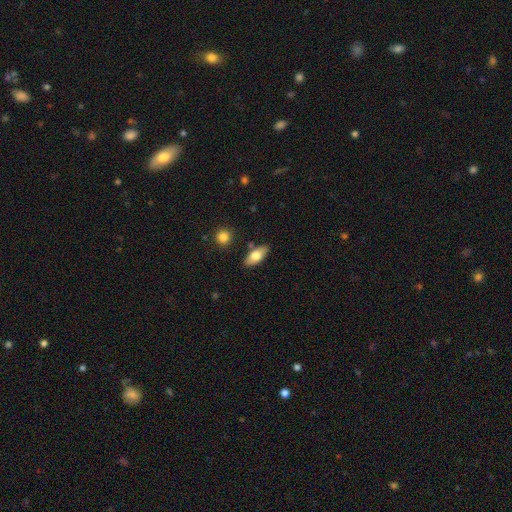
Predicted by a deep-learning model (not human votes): Smooth or featured? smooth (73%)
How rounded? in between (85%)
Merging? none (82%)